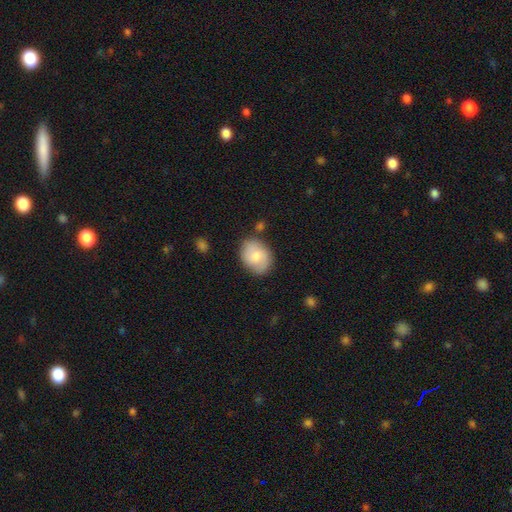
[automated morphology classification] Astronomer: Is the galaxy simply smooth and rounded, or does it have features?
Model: smooth — 68%.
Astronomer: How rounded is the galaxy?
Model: in between — 56% (runner-up: round, 43%).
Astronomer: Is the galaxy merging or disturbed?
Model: none — 76%.